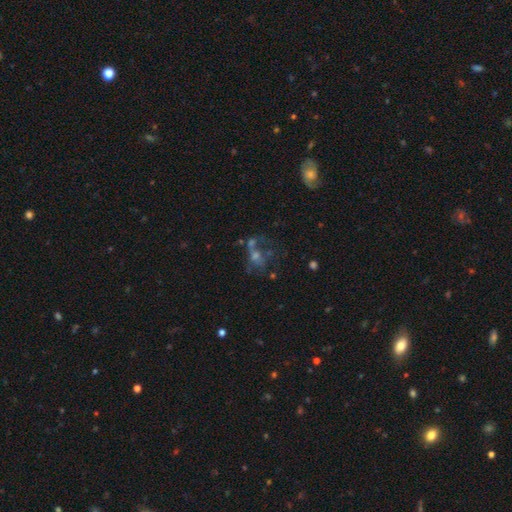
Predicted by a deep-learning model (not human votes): Smooth or featured?
  - featured or disk: 48% *
  - star or artifact: 27%
  - smooth: 25%
Merging?
  - none: 33% *
  - major disturbance: 29%
  - merger: 25%
  - minor disturbance: 14%